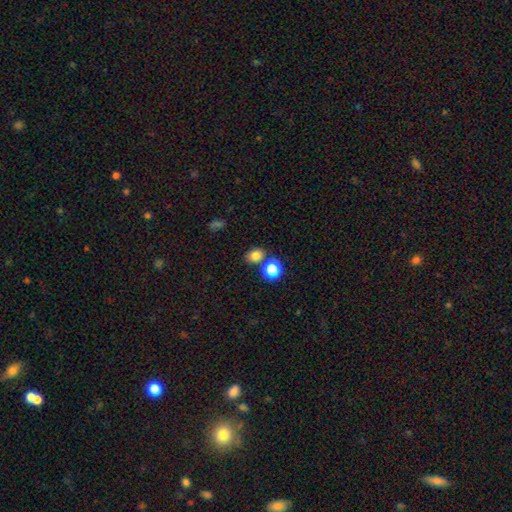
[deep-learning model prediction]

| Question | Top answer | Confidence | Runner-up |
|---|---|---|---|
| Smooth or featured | smooth | 79% | star or artifact (15%) |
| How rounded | round | 51% | in between (48%) |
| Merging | none | 70% | merger (17%) |